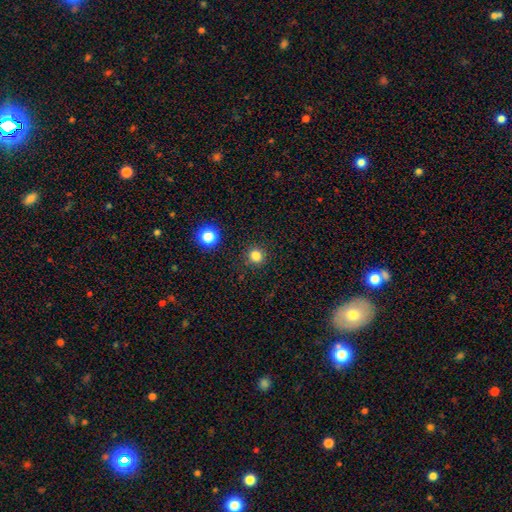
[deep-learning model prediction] smooth_or_featured: smooth (p=0.82) [alt: star or artifact p=0.14]
how_rounded: round (p=0.94) [alt: in between p=0.05]
merging: none (p=0.91) [alt: minor disturbance p=0.05]